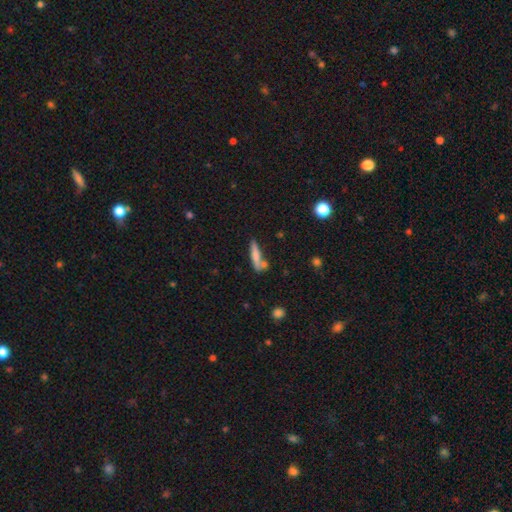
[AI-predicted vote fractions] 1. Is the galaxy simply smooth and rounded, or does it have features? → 67% smooth, 25% featured or disk, 7% star or artifact.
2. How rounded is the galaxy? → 85% cigar-shaped, 13% in between, 2% round.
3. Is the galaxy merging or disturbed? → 63% none, 17% merger, 15% minor disturbance, 4% major disturbance.